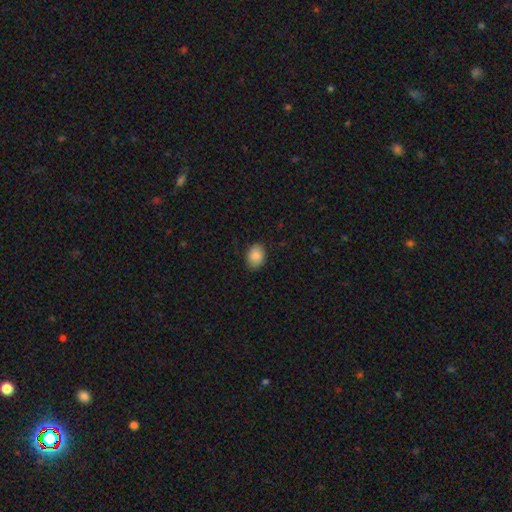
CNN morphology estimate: type=smooth (86%); roundness=in between (74%); merging=none (85%).